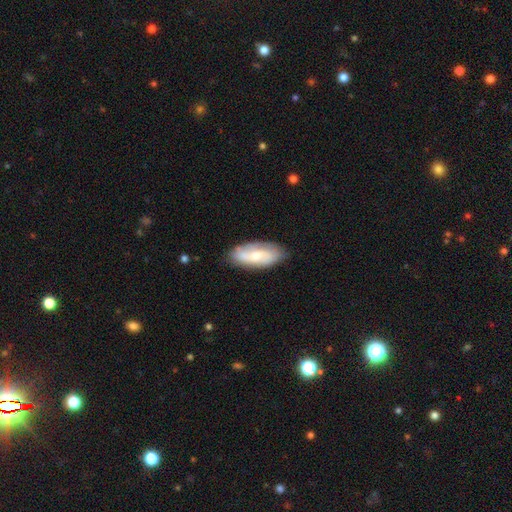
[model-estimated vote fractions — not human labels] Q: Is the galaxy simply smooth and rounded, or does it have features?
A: smooth — 47%, tied with featured or disk.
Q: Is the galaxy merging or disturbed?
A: none — 78%.